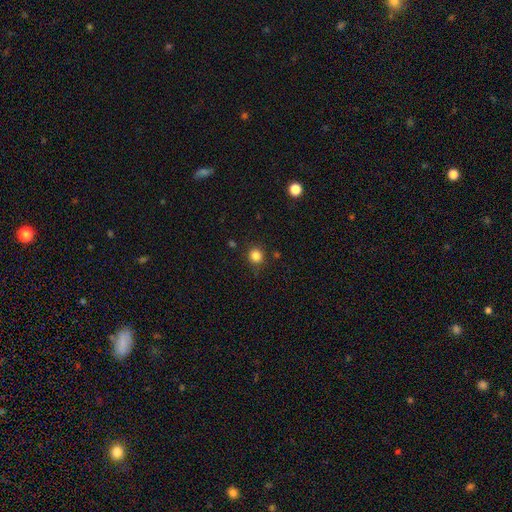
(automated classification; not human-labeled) Smooth or featured? smooth (84%)
How rounded? round (89%)
Merging? none (87%)